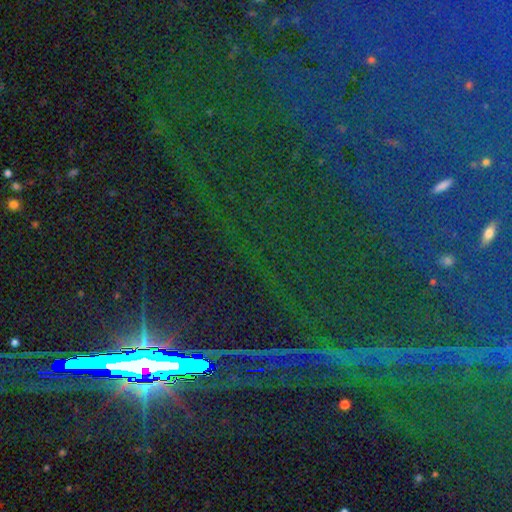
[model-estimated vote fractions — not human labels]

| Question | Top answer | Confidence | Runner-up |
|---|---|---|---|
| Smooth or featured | star or artifact | 86% | featured or disk (8%) |